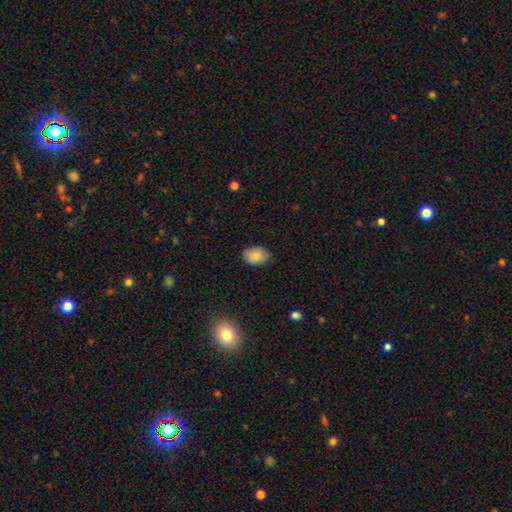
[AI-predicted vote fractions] This appears to be a smooth galaxy with no disk features (85%) that is in between round and cigar-shaped (80%). Merging: none (82%).